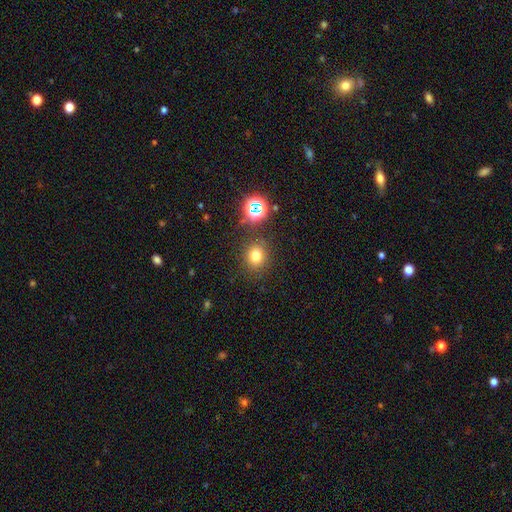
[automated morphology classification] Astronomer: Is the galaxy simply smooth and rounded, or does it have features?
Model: smooth — 72%.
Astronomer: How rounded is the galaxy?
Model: round — 79%.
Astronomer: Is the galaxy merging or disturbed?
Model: none — 84%.